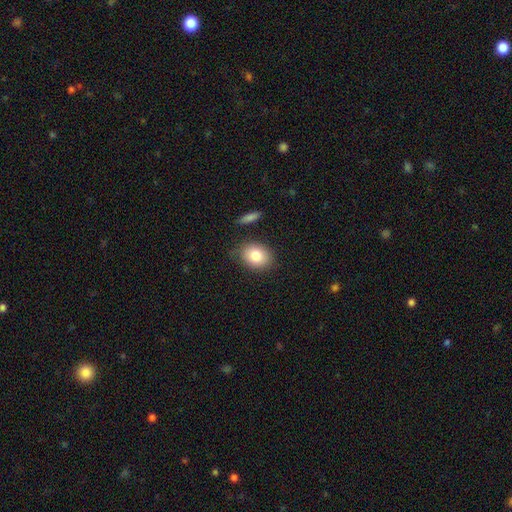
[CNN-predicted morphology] Q: Smooth or featured?
A: smooth (81%); runner-up: featured or disk (11%)
Q: How rounded?
A: in between (59%); runner-up: round (39%)
Q: Merging?
A: none (78%); runner-up: minor disturbance (15%)